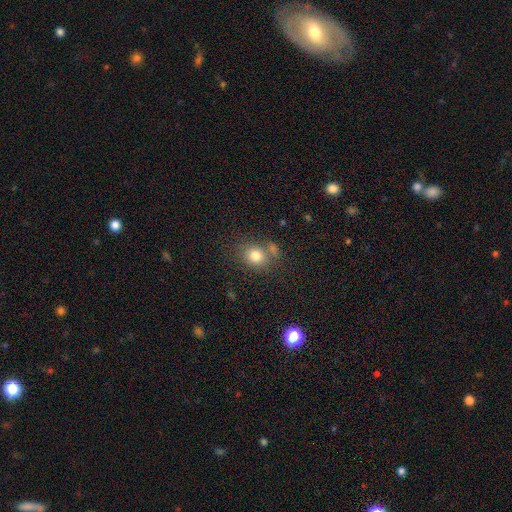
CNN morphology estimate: smooth-or-featured: smooth: 79% | star or artifact: 11% | featured or disk: 10%
  how-rounded: round: 61% | in between: 38% | cigar-shaped: 1%
  merging: none: 62% | merger: 19% | minor disturbance: 14% | major disturbance: 5%